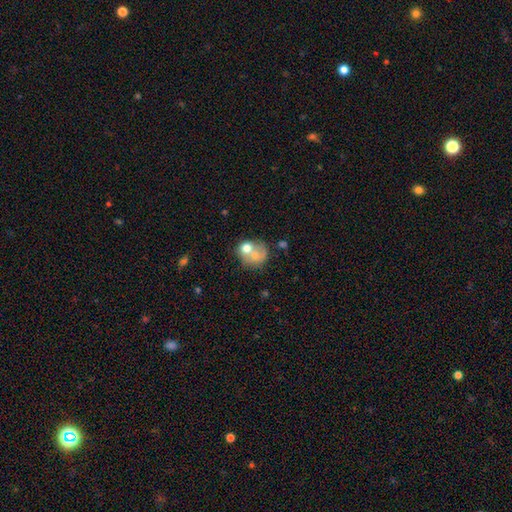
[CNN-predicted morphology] This is possibly a smooth galaxy (59%). How rounded: likely round (66%). Merging: possibly merger (54%).